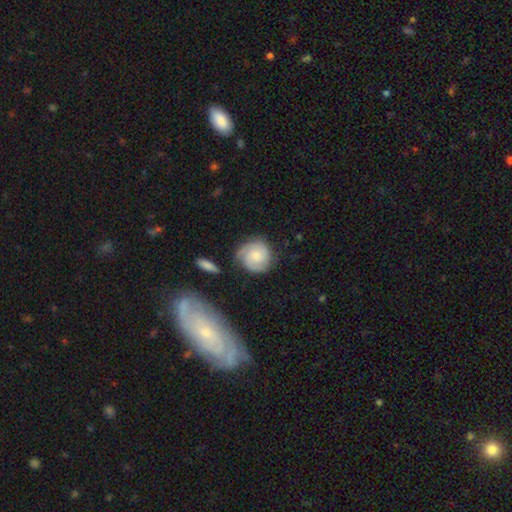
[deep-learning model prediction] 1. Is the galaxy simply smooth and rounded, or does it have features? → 64% featured or disk, 29% smooth, 7% star or artifact.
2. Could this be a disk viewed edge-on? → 98% no, 2% yes.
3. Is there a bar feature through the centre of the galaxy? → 69% no, 27% weak, 4% strong.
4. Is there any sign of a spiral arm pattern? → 95% yes, 5% no.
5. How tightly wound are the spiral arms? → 61% tight, 31% medium, 8% loose.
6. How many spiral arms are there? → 51% 2, 20% 3, 17% can't tell, 5% 1, 3% 4, 3% more than 4.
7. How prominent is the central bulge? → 44% small, 31% moderate, 16% none, 7% large, 2% dominant.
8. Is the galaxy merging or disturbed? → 72% none, 17% minor disturbance, 6% major disturbance, 4% merger.